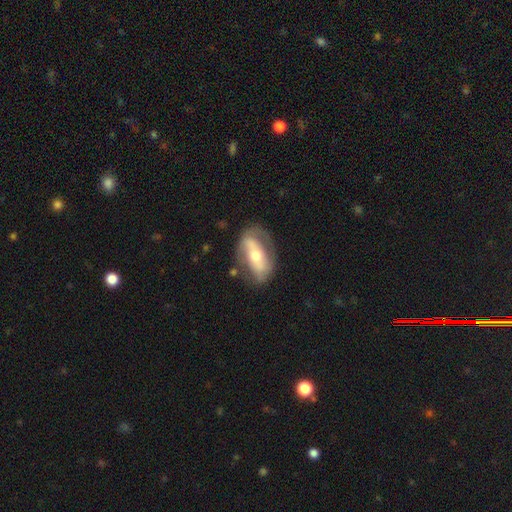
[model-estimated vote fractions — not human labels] This appears to be a featured or disk galaxy (64%) with a strong bar (44%), spiral arms (55%) and a moderate central bulge (63%). Merging: none (68%).